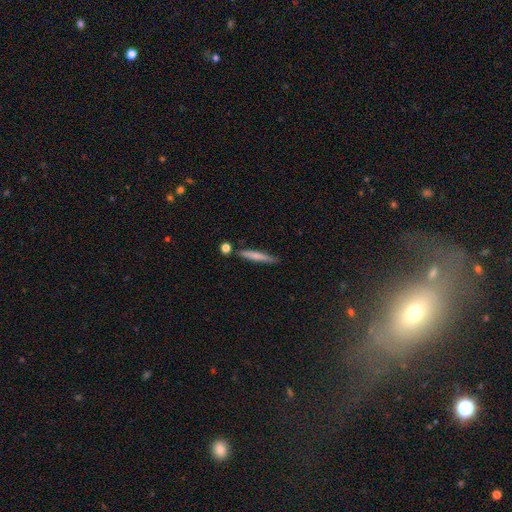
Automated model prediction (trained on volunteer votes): A smooth galaxy with no disk features (69%) that is cigar-shaped (93%). Merging: none (79%).